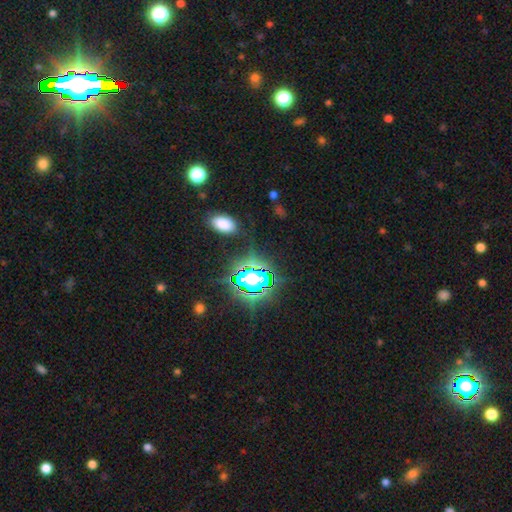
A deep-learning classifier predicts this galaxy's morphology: Overall: star or artifact (83%).